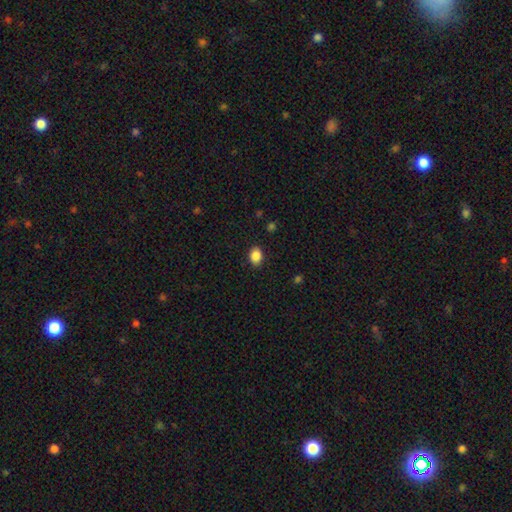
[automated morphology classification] Smooth or featured: smooth — 87% (star or artifact — 9%)
How rounded: in between — 66% (round — 33%)
Merging: none — 88% (minor disturbance — 8%)